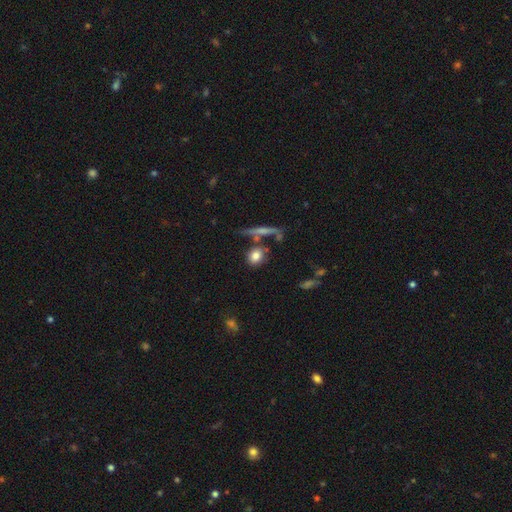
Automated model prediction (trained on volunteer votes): Smooth or featured? Predicted: smooth (p=0.80). How rounded? Predicted: round (p=0.64). Merging? Predicted: none (p=0.67).